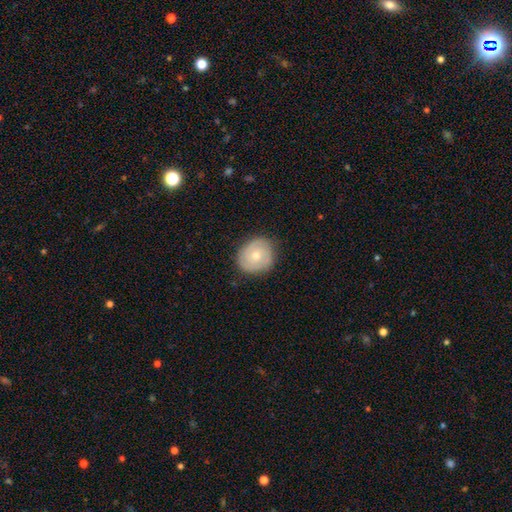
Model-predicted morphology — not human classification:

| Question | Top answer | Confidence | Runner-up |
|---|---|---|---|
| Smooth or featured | featured or disk | 55% | smooth (39%) |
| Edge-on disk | no | 97% | yes (3%) |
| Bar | no | 80% | weak (17%) |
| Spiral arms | yes | 80% | no (20%) |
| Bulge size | small | 52% | moderate (44%) |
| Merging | none | 83% | minor disturbance (13%) |